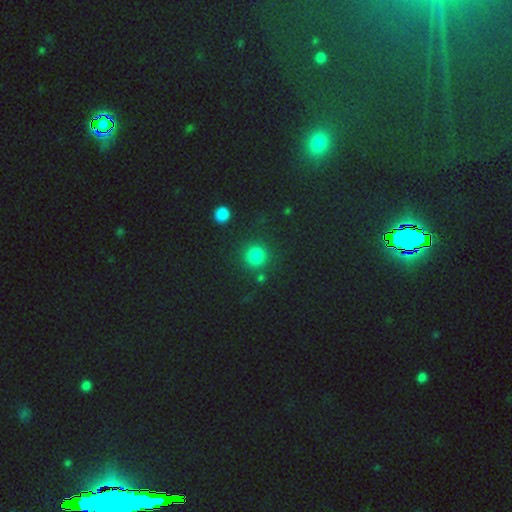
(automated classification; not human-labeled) Smooth or featured? smooth (78%)
How rounded? round (92%)
Merging? none (83%)